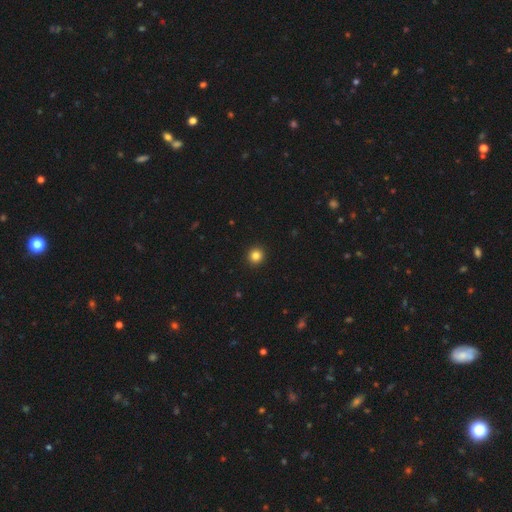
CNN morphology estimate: A smooth galaxy with no disk features (84%) that is round (94%).

Vote fractions:
- Smooth or featured? smooth: 84% / star or artifact: 12% / featured or disk: 4%
- How rounded? round: 94% / in between: 5% / cigar-shaped: 1%
- Merging? none: 94% / minor disturbance: 4% / major disturbance: 1% / merger: 1%